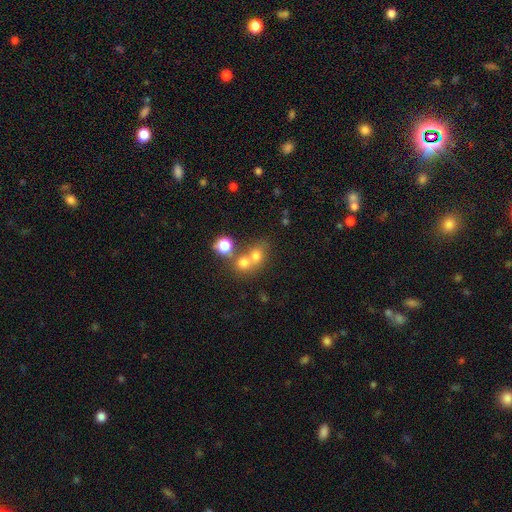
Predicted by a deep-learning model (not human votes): Smooth or featured: smooth — 70% (star or artifact — 17%)
How rounded: round — 71% (in between — 28%)
Merging: merger — 51% (none — 38%)